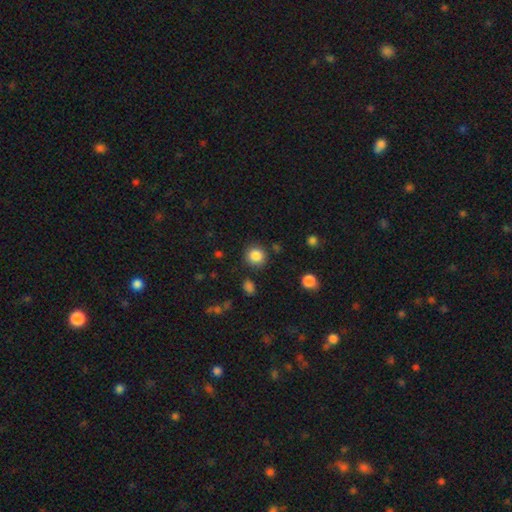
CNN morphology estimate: A smooth galaxy with no disk features (86%) that is round (91%). Merging: none (86%).